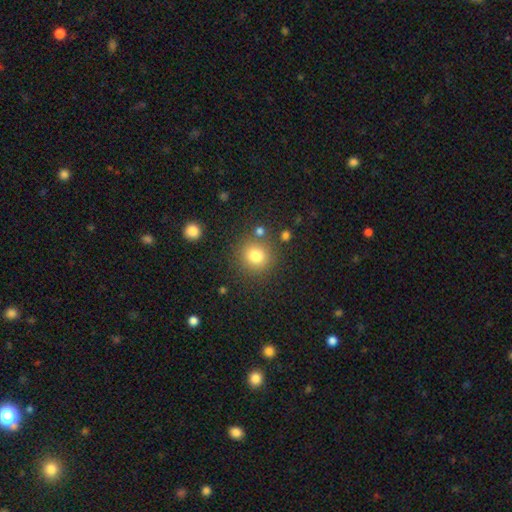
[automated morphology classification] Smooth or featured?
  - smooth: 80% *
  - star or artifact: 13%
  - featured or disk: 8%
How rounded?
  - round: 90% *
  - in between: 10%
  - cigar-shaped: 1%
Merging?
  - none: 81% *
  - minor disturbance: 9%
  - merger: 6%
  - major disturbance: 4%